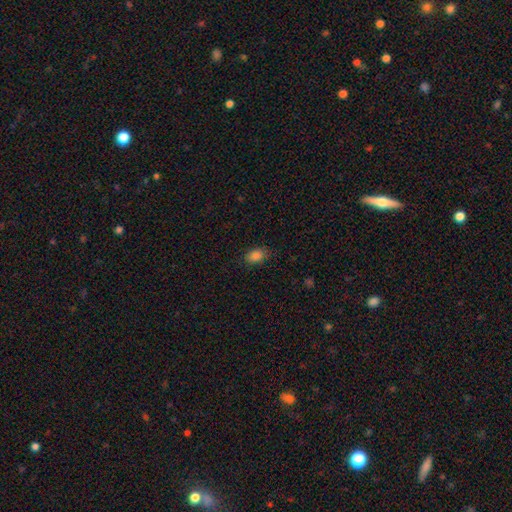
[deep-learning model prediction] Morphology: type=smooth (85%); roundness=in between (82%); merging=none (82%).